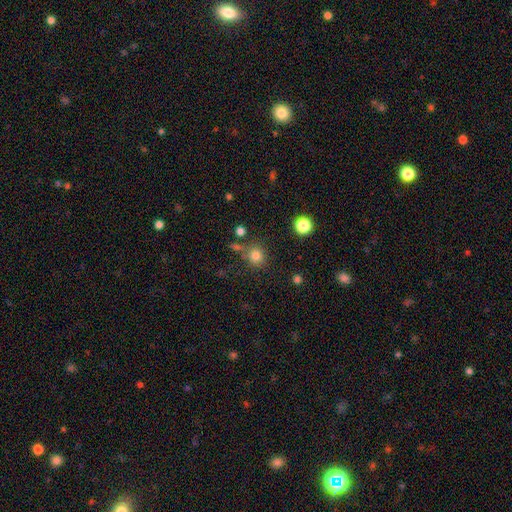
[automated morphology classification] Q: Smooth or featured?
A: smooth (80%); runner-up: star or artifact (14%)
Q: How rounded?
A: round (87%); runner-up: in between (12%)
Q: Merging?
A: none (75%); runner-up: minor disturbance (11%)